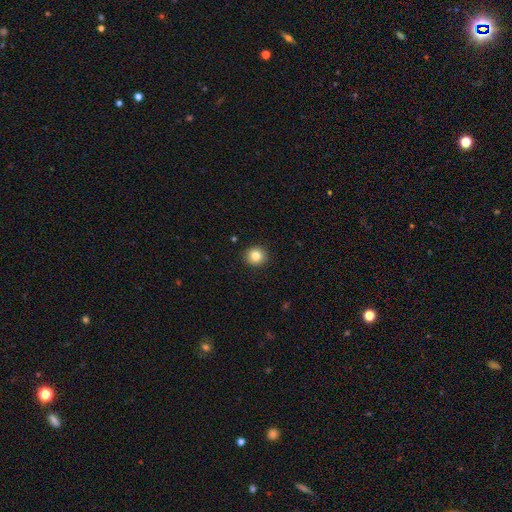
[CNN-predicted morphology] smooth_or_featured: smooth (p=0.83) [alt: star or artifact p=0.10]
how_rounded: round (p=0.90) [alt: in between p=0.09]
merging: none (p=0.92) [alt: minor disturbance p=0.05]